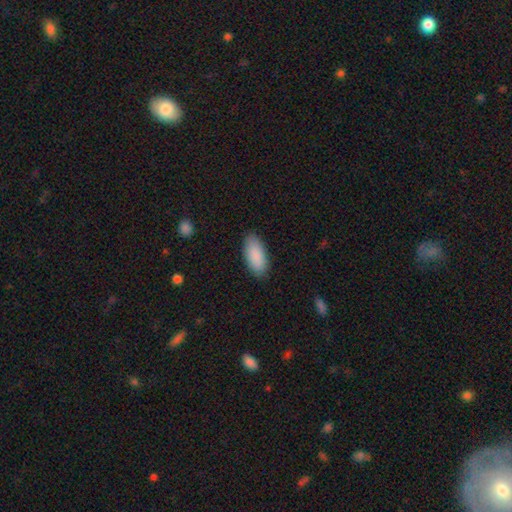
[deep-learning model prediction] This is clearly a smooth galaxy (90%). How rounded: clearly in between (91%). Merging: clearly none (88%).